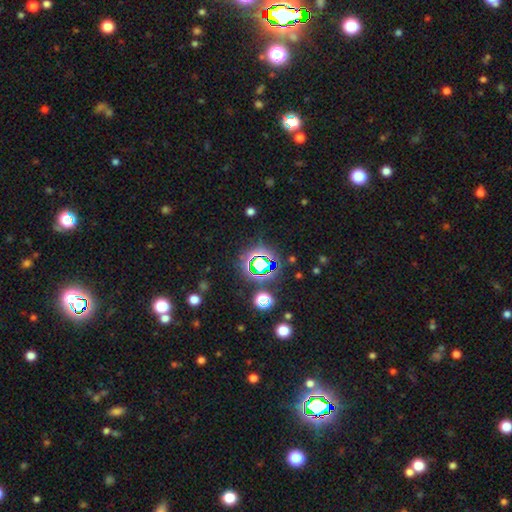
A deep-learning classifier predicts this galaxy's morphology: This appears to be a star or artifact, not a galaxy (74%).